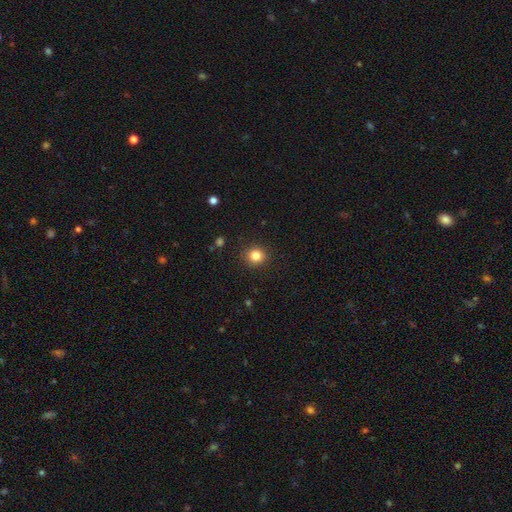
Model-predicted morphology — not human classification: This appears to be a smooth galaxy with no disk features (84%) that is round (89%). Merging: none (91%).